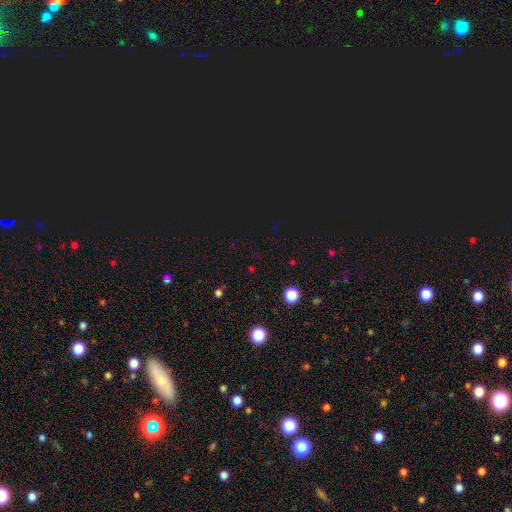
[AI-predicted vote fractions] smooth_or_featured: star or artifact (p=0.67) [alt: smooth p=0.27]